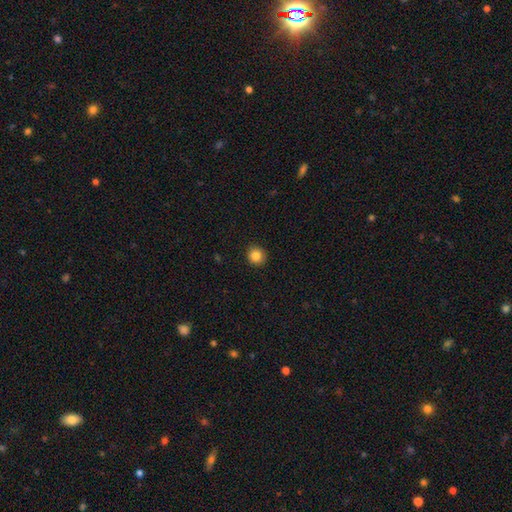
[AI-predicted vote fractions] Q: Smooth or featured?
A: smooth (85%); runner-up: star or artifact (10%)
Q: How rounded?
A: round (90%); runner-up: in between (9%)
Q: Merging?
A: none (90%); runner-up: minor disturbance (7%)